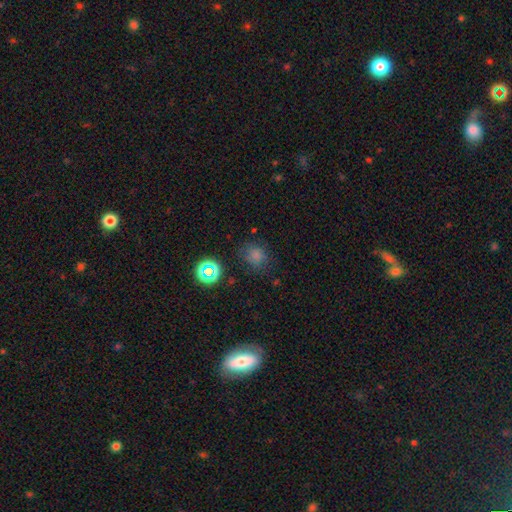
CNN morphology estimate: Q: Smooth or featured?
A: smooth (73%); runner-up: star or artifact (20%)
Q: How rounded?
A: round (69%); runner-up: in between (30%)
Q: Merging?
A: none (72%); runner-up: minor disturbance (18%)